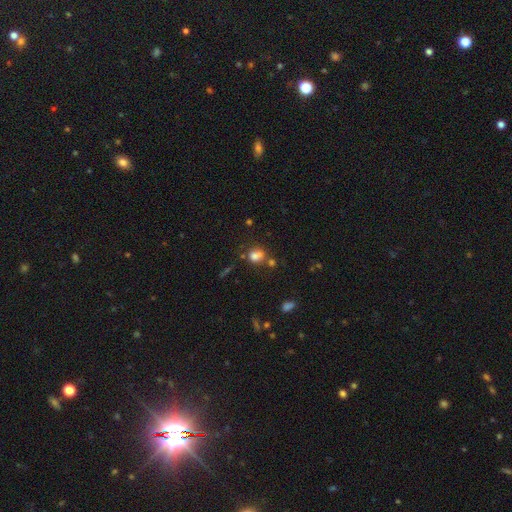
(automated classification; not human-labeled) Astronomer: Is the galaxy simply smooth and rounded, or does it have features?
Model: smooth — 75%.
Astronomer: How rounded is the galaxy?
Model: round — 55% (runner-up: in between, 43%).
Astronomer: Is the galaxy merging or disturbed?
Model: none — 46% (runner-up: merger, 30%).